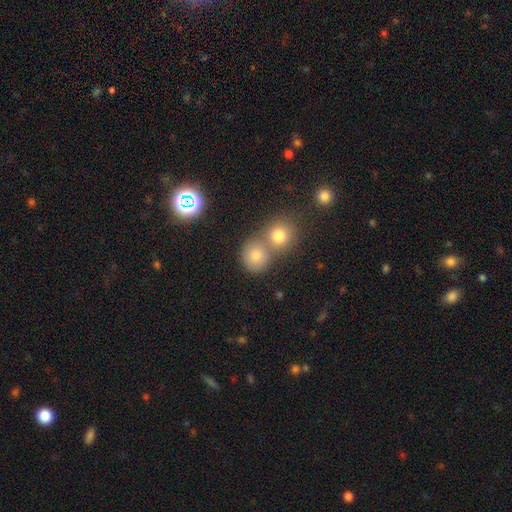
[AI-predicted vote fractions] A smooth galaxy with no disk features (79%) that is round (84%). Merging: none (47%).